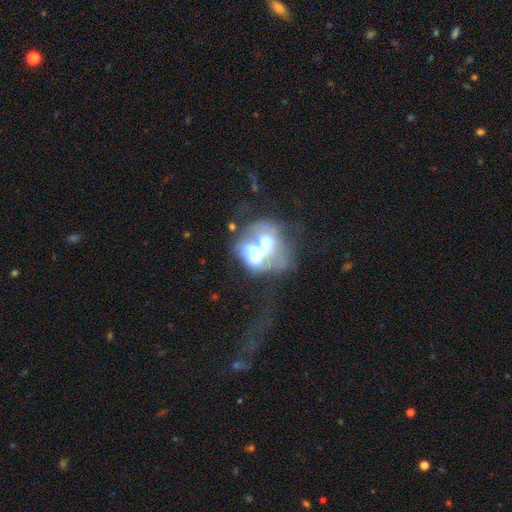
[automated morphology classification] The model was most divided on "smooth or featured": featured or disk: 50%, smooth: 39%, star or artifact: 11%. More confident: edge-on disk — no (96%); merging — merger (72%).